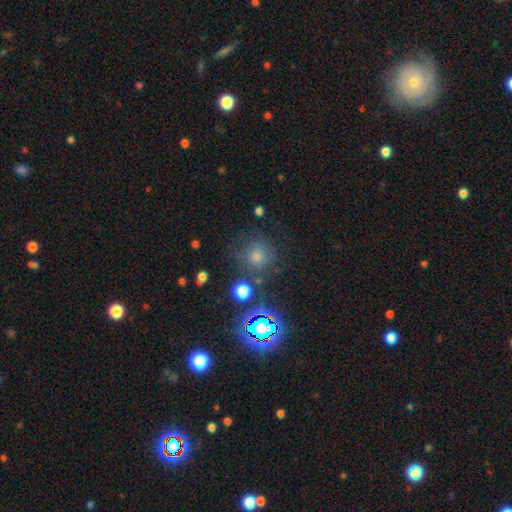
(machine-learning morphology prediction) Smooth or featured? Predicted: star or artifact (p=0.48).